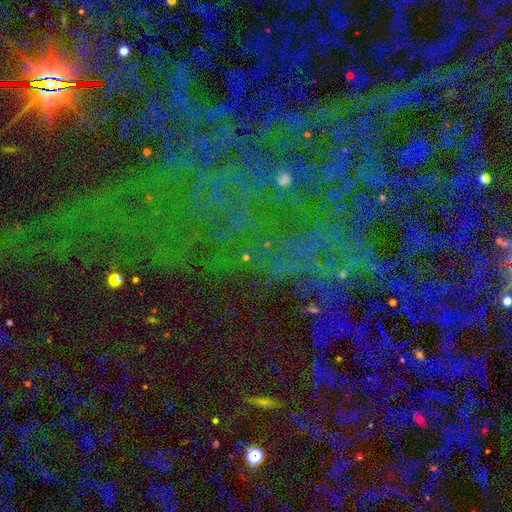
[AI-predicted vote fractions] A star or artifact, not a galaxy (81%).

Vote fractions:
- Smooth or featured? star or artifact: 81% / smooth: 11% / featured or disk: 8%